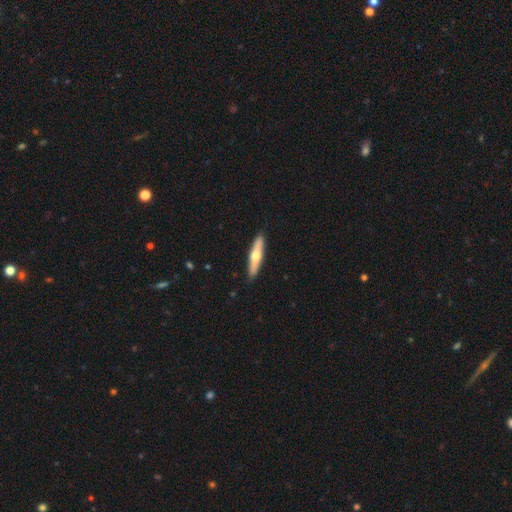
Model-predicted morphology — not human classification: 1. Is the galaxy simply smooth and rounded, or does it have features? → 49% smooth, 46% featured or disk, 5% star or artifact.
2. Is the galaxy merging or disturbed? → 90% none, 8% minor disturbance, 2% major disturbance, 1% merger.